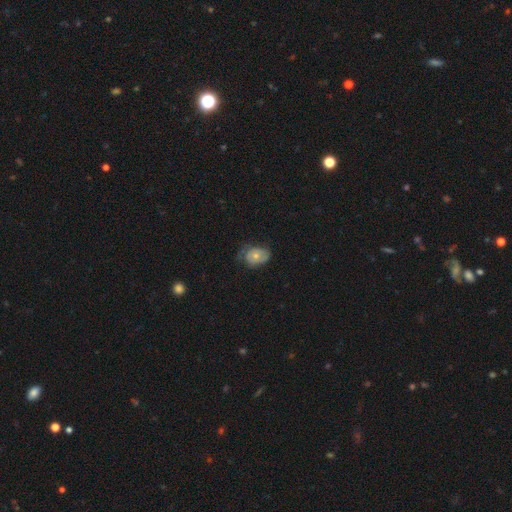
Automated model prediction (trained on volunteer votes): Smooth or featured?
  - smooth: 53% *
  - featured or disk: 40%
  - star or artifact: 8%
How rounded?
  - in between: 70% *
  - round: 29%
  - cigar-shaped: 1%
Merging?
  - none: 47% *
  - minor disturbance: 35%
  - major disturbance: 16%
  - merger: 2%